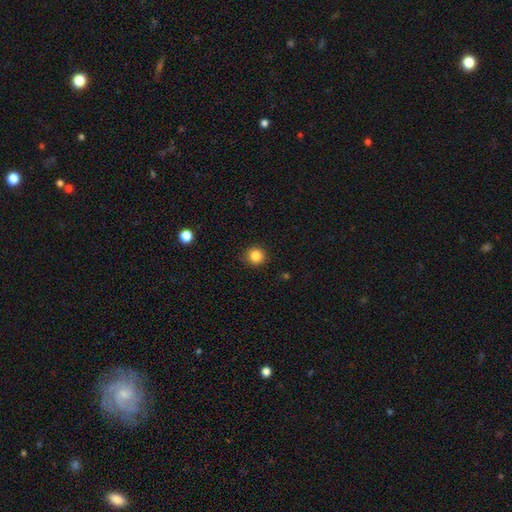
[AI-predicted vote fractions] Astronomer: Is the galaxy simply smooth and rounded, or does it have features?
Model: smooth — 85%.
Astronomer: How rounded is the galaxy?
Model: round — 92%.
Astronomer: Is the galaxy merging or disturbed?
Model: none — 90%.